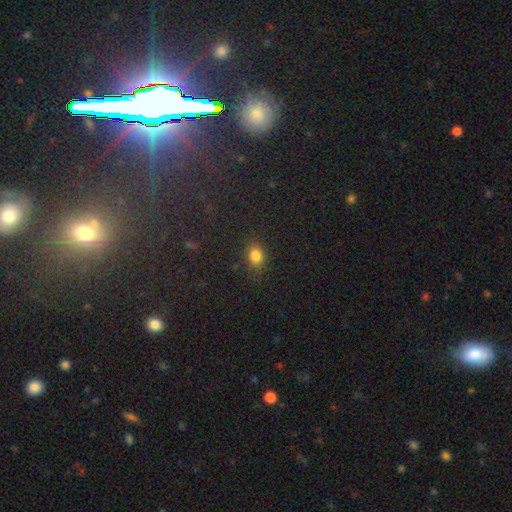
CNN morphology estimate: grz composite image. It shows a smooth galaxy with no disk features (80%) that is in between round and cigar-shaped (55%). Merging: none (81%).